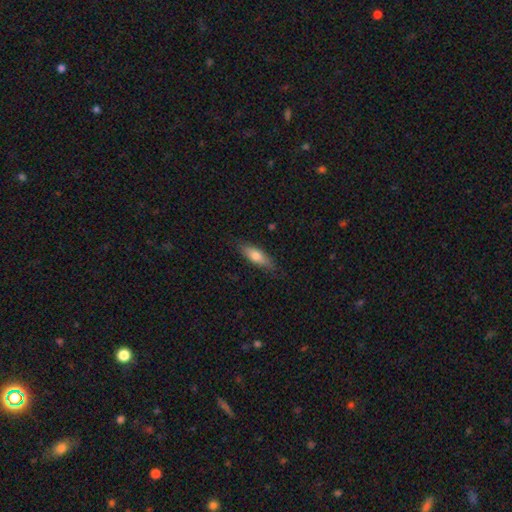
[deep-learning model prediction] Morphology: type=smooth (72%); roundness=in between (53%); merging=none (82%).